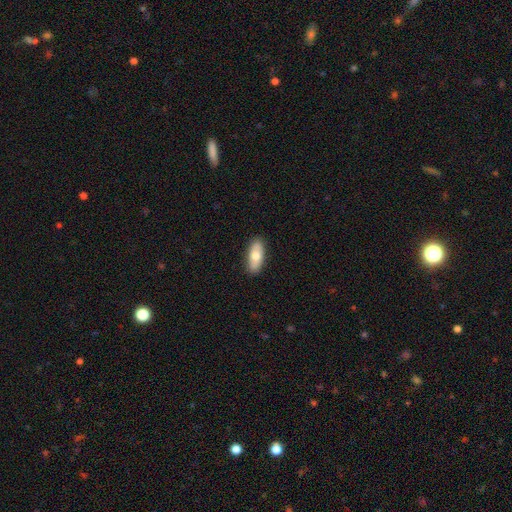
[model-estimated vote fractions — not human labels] This appears to be a smooth galaxy with no disk features (72%) that is in between round and cigar-shaped (79%). Merging: none (88%).